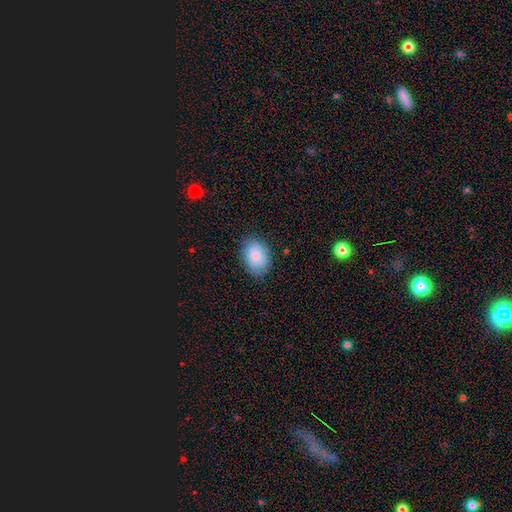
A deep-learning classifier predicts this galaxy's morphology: A smooth galaxy with no disk features (83%) that is in between round and cigar-shaped (76%). Merging: none (81%).